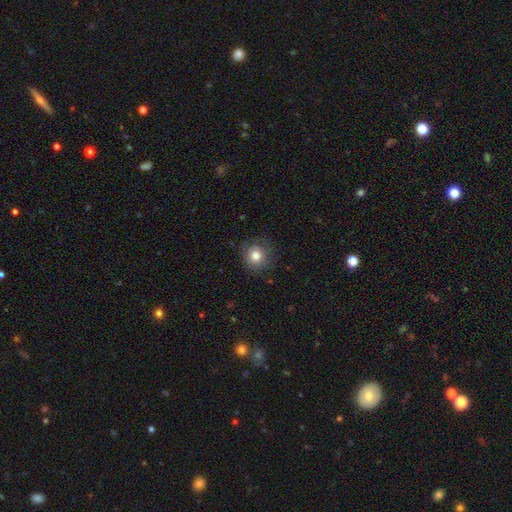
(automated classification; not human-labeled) smooth 79%, featured or disk 11%, star or artifact 10%. Down the decision tree: how rounded — round (90%); merging — none (80%).